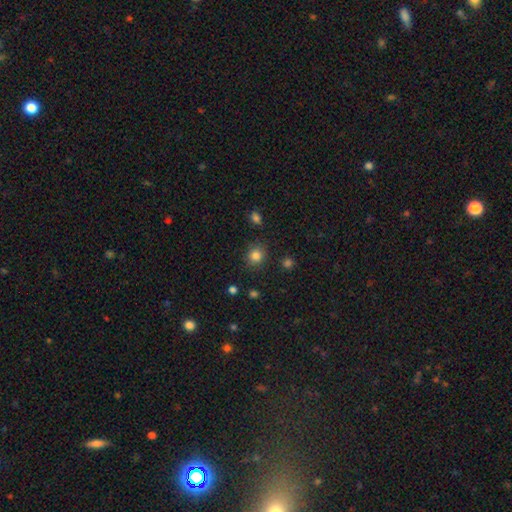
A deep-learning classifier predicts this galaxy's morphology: A smooth galaxy with no disk features (83%) that is round (86%). Merging: none (87%).